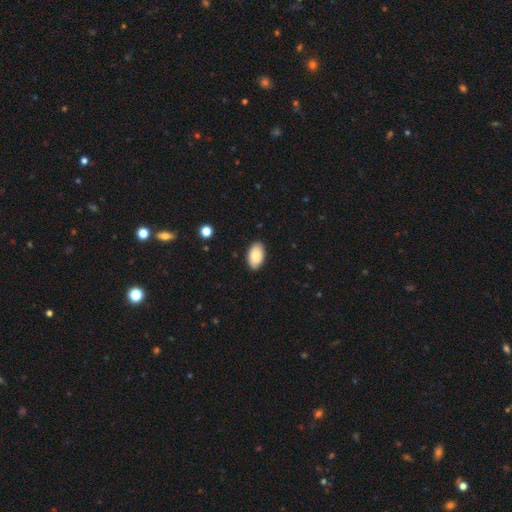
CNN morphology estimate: Smooth or featured: smooth — 85% (featured or disk — 9%)
How rounded: in between — 95% (round — 4%)
Merging: none — 88% (minor disturbance — 10%)